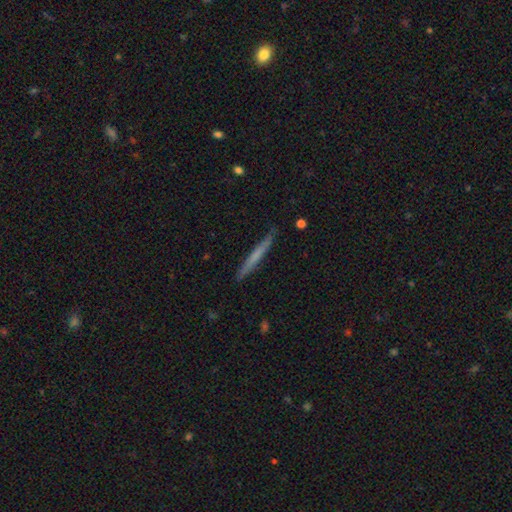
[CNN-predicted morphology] Overall: smooth (55%; featured or disk 40%). How rounded: cigar-shaped (97%). Merging: none (89%).